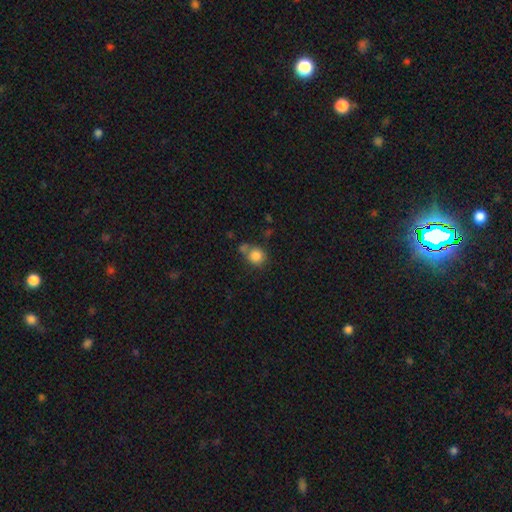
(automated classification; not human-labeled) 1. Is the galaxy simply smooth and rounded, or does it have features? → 83% smooth, 10% star or artifact, 7% featured or disk.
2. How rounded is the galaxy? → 83% round, 16% in between, 1% cigar-shaped.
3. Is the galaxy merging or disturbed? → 53% none, 24% merger, 17% minor disturbance, 7% major disturbance.